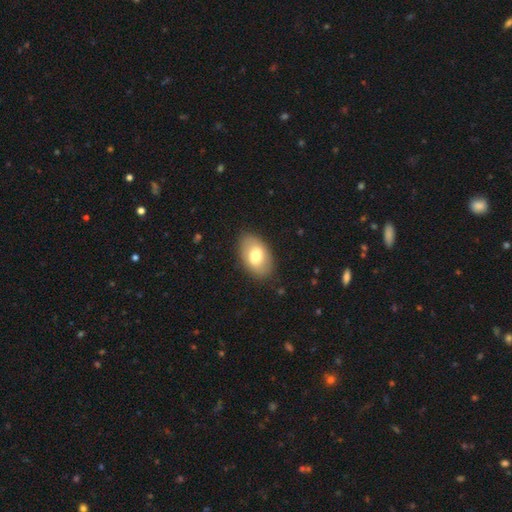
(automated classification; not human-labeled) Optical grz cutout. It shows a smooth galaxy with no disk features (70%) that is in between round and cigar-shaped (90%). Merging: none (84%).